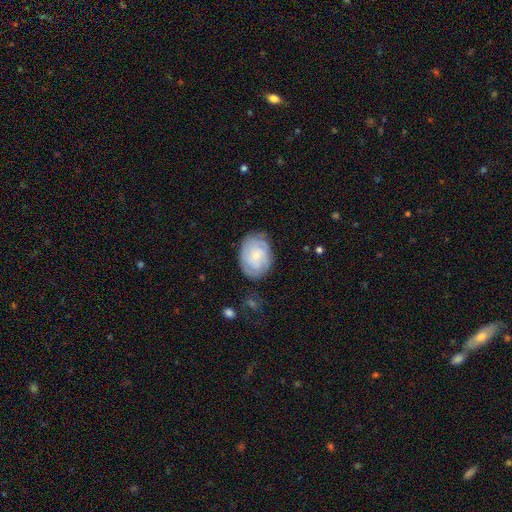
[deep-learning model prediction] smooth-or-featured: featured or disk: 56% | smooth: 37% | star or artifact: 7%
  disk-edge-on: no: 97% | yes: 3%
    bar: no: 72% | weak: 25% | strong: 3%
    has-spiral-arms: yes: 83% | no: 17%
    bulge-size: small: 69% | moderate: 24% | none: 4% | large: 2% | dominant: 1%
  merging: none: 73% | minor disturbance: 19% | major disturbance: 6% | merger: 2%